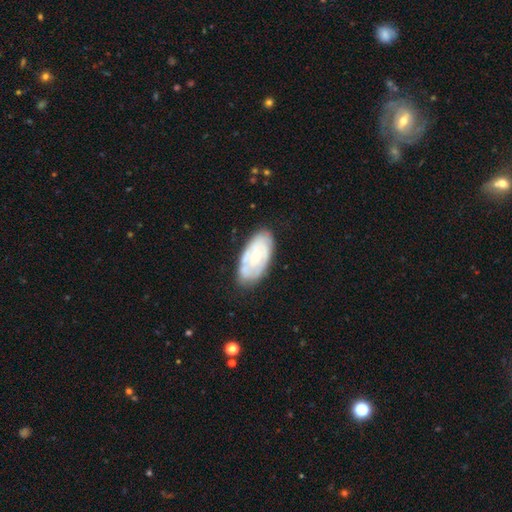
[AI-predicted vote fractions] Smooth or featured? Predicted: featured or disk (p=0.68). Edge-on disk? Predicted: no (p=0.93). Bar? Predicted: no (p=0.72). Spiral arms? Predicted: yes (p=0.70). Bulge size? Predicted: moderate (p=0.52). Merging? Predicted: none (p=0.75).